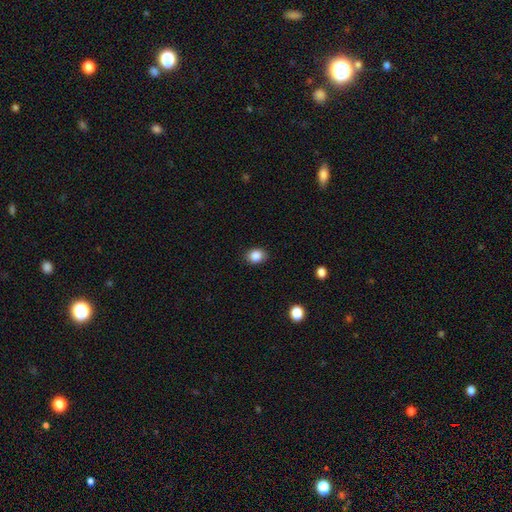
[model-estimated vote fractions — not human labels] A smooth galaxy with no disk features (86%) that is round (51%). Merging: none (86%).